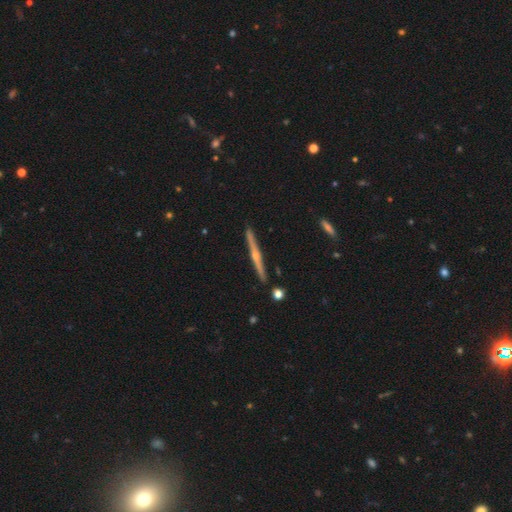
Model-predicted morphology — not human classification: Overall: featured or disk (77%). Edge-on disk: yes (98%). Edge-on bulge: rounded (79%). Merging: none (91%).